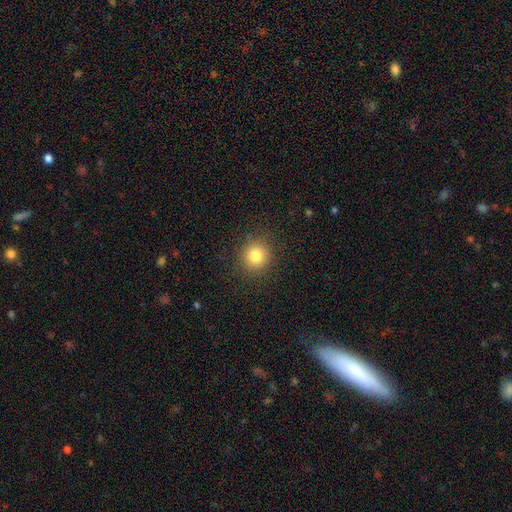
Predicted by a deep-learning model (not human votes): smooth-or-featured: smooth: 81% | star or artifact: 12% | featured or disk: 7%
  how-rounded: round: 88% | in between: 11% | cigar-shaped: 1%
  merging: none: 89% | minor disturbance: 7% | major disturbance: 3% | merger: 1%